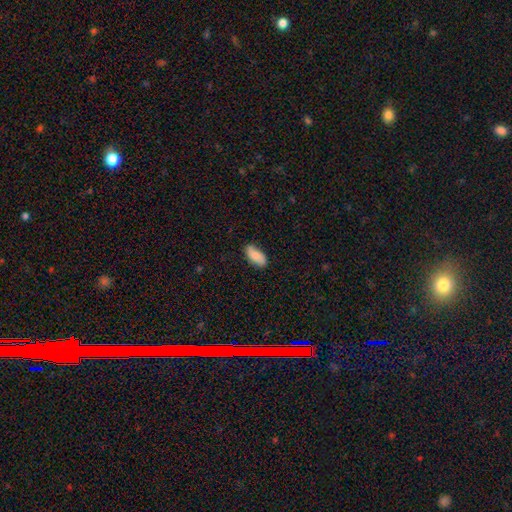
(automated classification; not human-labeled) Smooth or featured: smooth — 79% (featured or disk — 14%)
How rounded: in between — 91% (cigar-shaped — 6%)
Merging: none — 79% (minor disturbance — 17%)